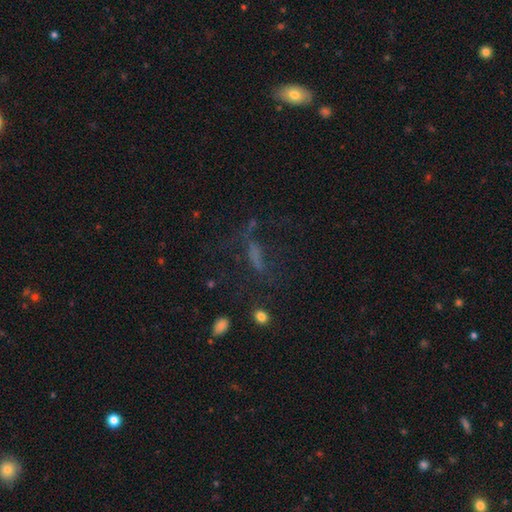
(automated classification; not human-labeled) A smooth galaxy with no disk features (36%). Merging: none (52%).